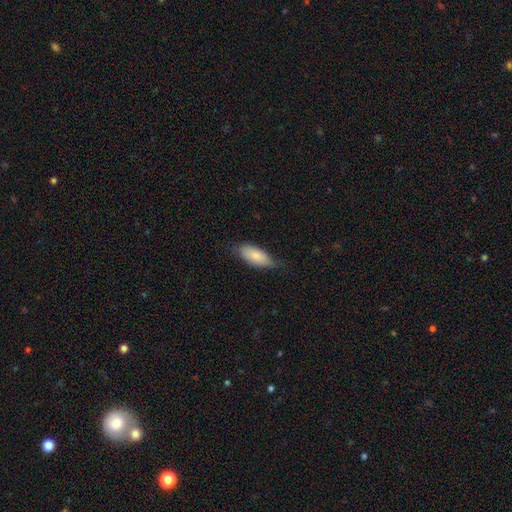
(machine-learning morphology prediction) smooth 82%, featured or disk 12%, star or artifact 6%. Down the decision tree: how rounded — in between (86%); merging — none (59%).